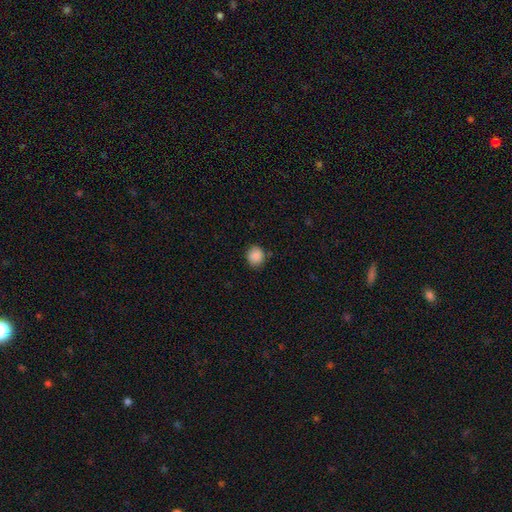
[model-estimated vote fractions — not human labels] A smooth galaxy with no disk features (88%) that is round (80%).

Vote fractions:
- Smooth or featured? smooth: 88% / star or artifact: 9% / featured or disk: 3%
- How rounded? round: 80% / in between: 19% / cigar-shaped: 1%
- Merging? none: 83% / minor disturbance: 13% / major disturbance: 3% / merger: 2%